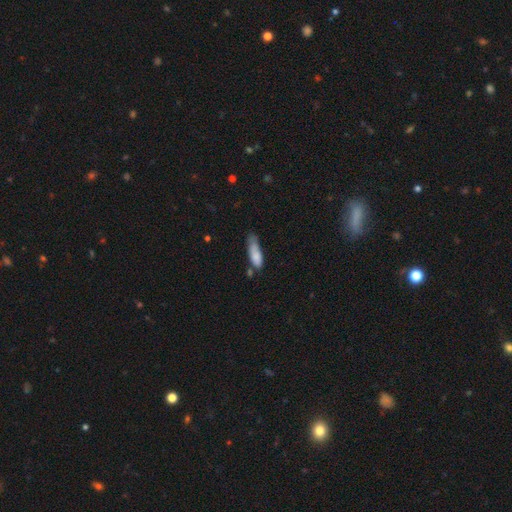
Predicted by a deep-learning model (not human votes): Smooth or featured: smooth — 78% (featured or disk — 15%)
How rounded: cigar-shaped — 50% (in between — 48%)
Merging: minor disturbance — 39% (none — 34%)